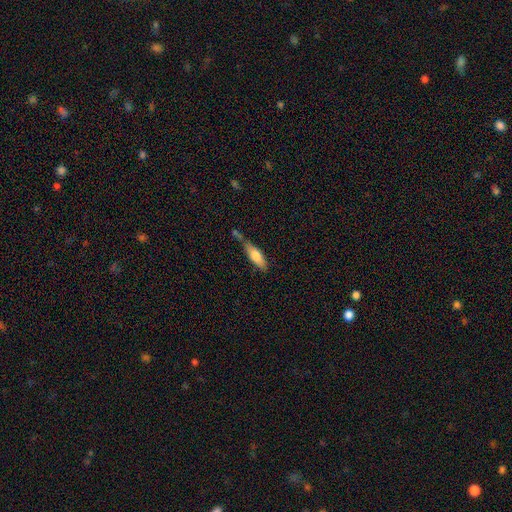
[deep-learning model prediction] Smooth or featured?
  - smooth: 67% *
  - featured or disk: 26%
  - star or artifact: 6%
How rounded?
  - cigar-shaped: 53% *
  - in between: 44%
  - round: 2%
Merging?
  - none: 46% *
  - minor disturbance: 27%
  - merger: 17%
  - major disturbance: 10%